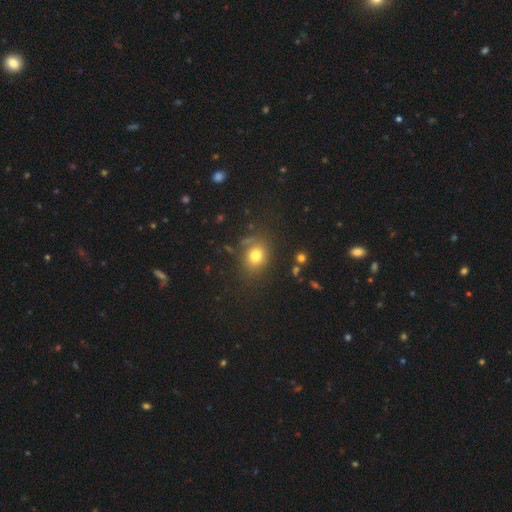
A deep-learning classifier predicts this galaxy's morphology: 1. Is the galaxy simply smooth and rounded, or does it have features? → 77% smooth, 14% star or artifact, 9% featured or disk.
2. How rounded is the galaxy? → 57% round, 42% in between, 1% cigar-shaped.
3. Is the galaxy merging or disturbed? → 76% none, 14% minor disturbance, 5% major disturbance, 4% merger.